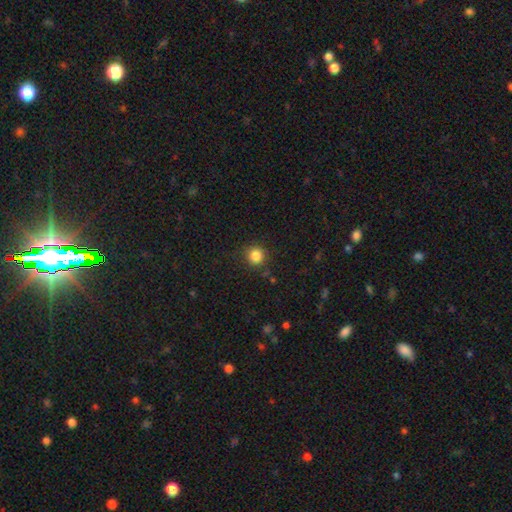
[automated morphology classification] smooth_or_featured: smooth (p=0.84) [alt: star or artifact p=0.12]
how_rounded: round (p=0.93) [alt: in between p=0.06]
merging: none (p=0.87) [alt: minor disturbance p=0.08]